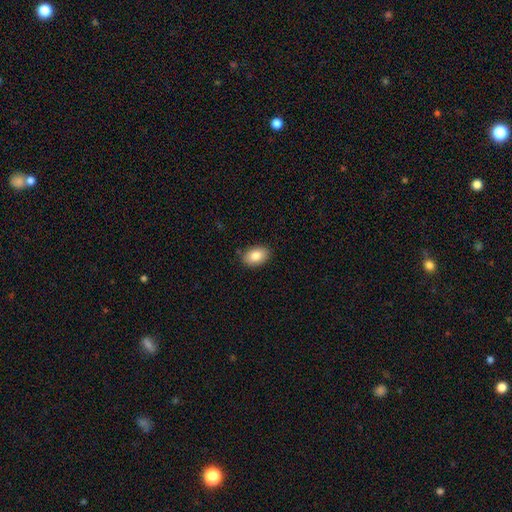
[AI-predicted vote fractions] A smooth galaxy with no disk features (84%) that is in between round and cigar-shaped (85%). Merging: none (86%).